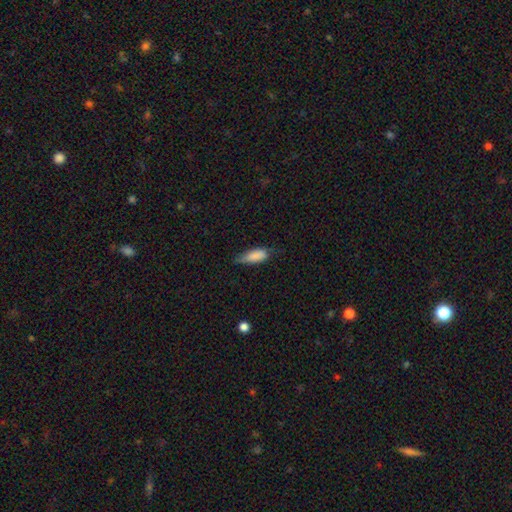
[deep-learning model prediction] A smooth galaxy with no disk features (82%) that is in between round and cigar-shaped (72%). Merging: none (45%).